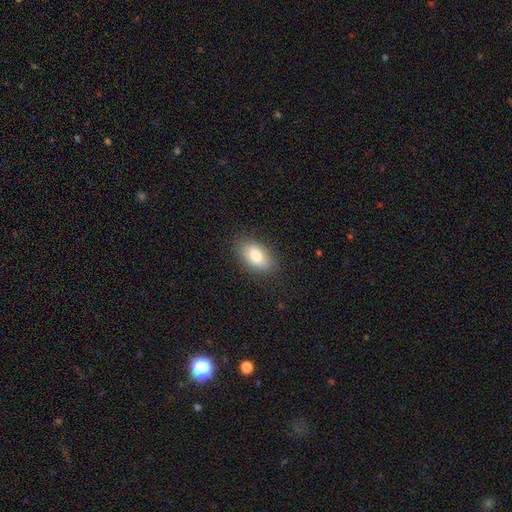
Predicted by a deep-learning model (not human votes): Smooth or featured? Predicted: smooth (p=0.81). How rounded? Predicted: in between (p=0.91). Merging? Predicted: none (p=0.84).